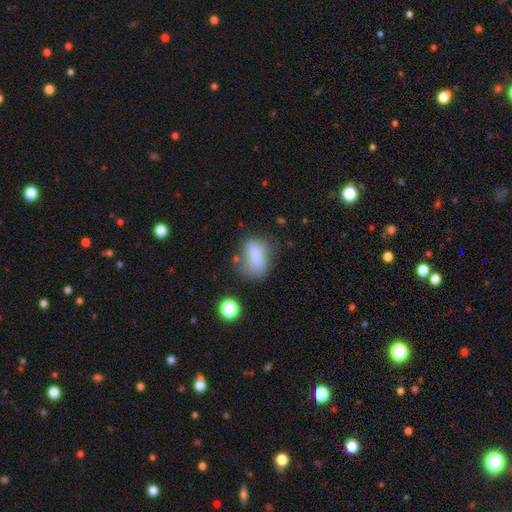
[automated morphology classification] type=smooth (76%); roundness=in between (79%); merging=none (47%).